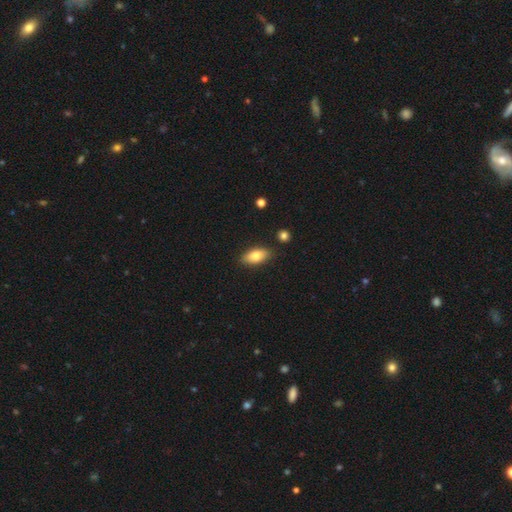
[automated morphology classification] type=smooth (80%); roundness=in between (87%); merging=none (84%).